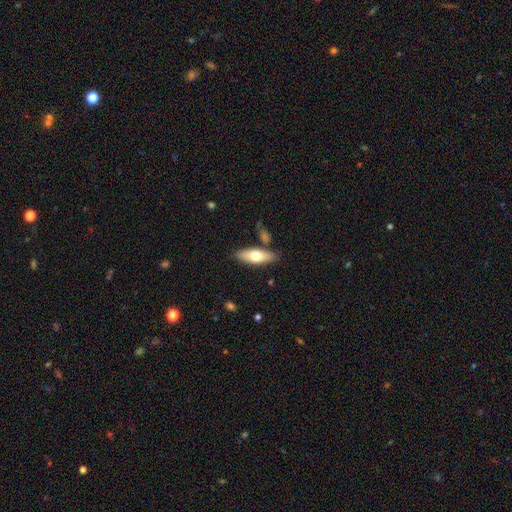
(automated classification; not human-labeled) A smooth galaxy with no disk features (63%) that is in between round and cigar-shaped (62%). Merging: none (79%).